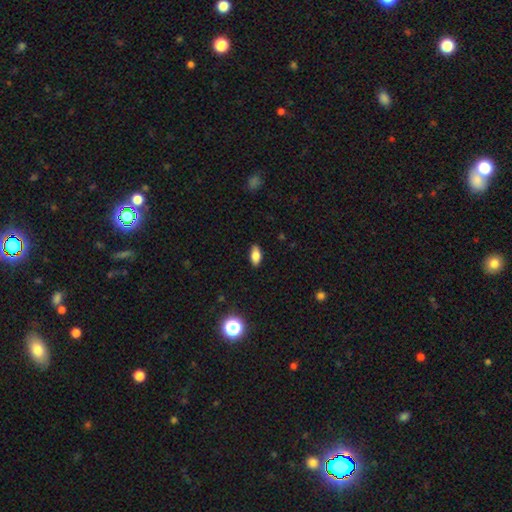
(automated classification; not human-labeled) smooth-or-featured: smooth: 81% | featured or disk: 10% | star or artifact: 9%
  how-rounded: in between: 87% | cigar-shaped: 9% | round: 4%
  merging: none: 87% | minor disturbance: 10% | major disturbance: 2% | merger: 1%